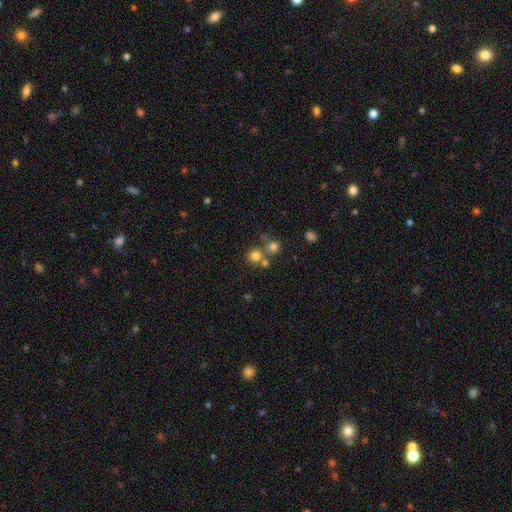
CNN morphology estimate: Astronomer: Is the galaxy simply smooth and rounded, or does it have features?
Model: smooth — 75%.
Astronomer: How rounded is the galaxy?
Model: round — 89%.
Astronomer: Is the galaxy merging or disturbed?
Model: none — 58%.